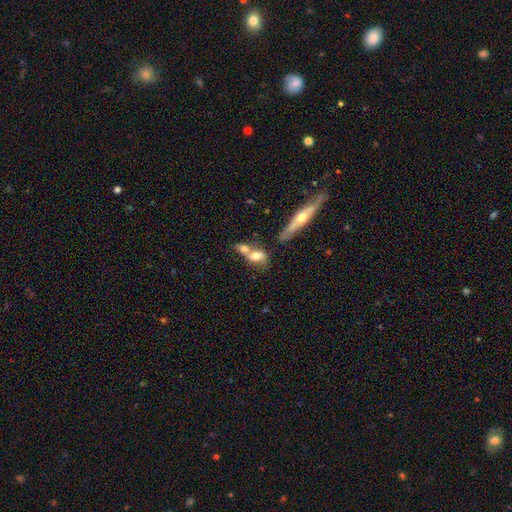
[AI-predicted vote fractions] Q: Smooth or featured?
A: smooth (62%); runner-up: featured or disk (29%)
Q: How rounded?
A: in between (68%); runner-up: round (17%)
Q: Merging?
A: merger (59%); runner-up: none (25%)